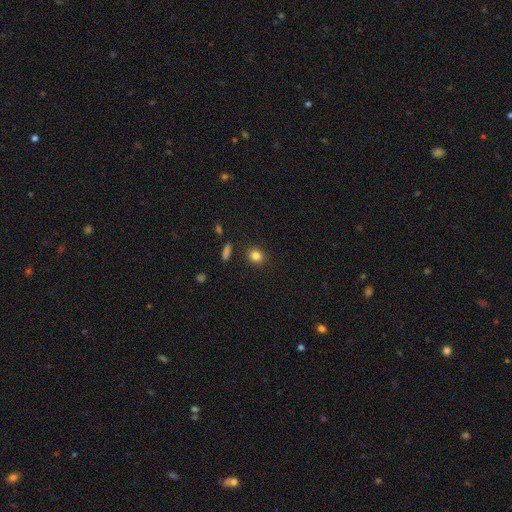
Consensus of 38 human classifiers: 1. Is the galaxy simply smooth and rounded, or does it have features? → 87% smooth, 11% star or artifact, 3% featured or disk.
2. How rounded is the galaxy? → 85% round, 9% in between, 6% cigar-shaped.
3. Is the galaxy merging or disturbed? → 91% none, 6% merger, 3% minor disturbance, 0% major disturbance.